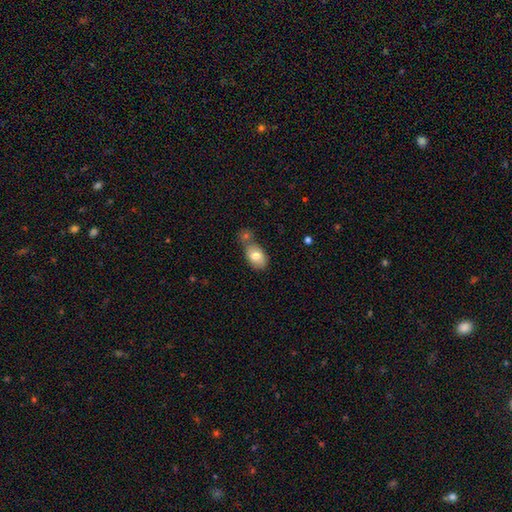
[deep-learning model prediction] Smooth or featured? Predicted: smooth (p=0.79). How rounded? Predicted: in between (p=0.86). Merging? Predicted: none (p=0.45).